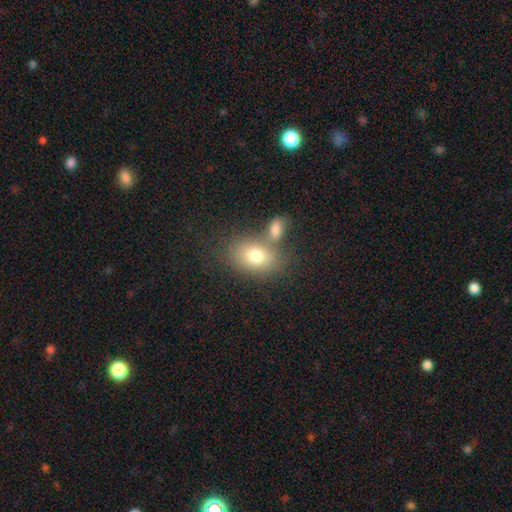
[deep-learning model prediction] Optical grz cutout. It shows a smooth galaxy with no disk features (75%) that is in between round and cigar-shaped (71%). Merging: none (52%).